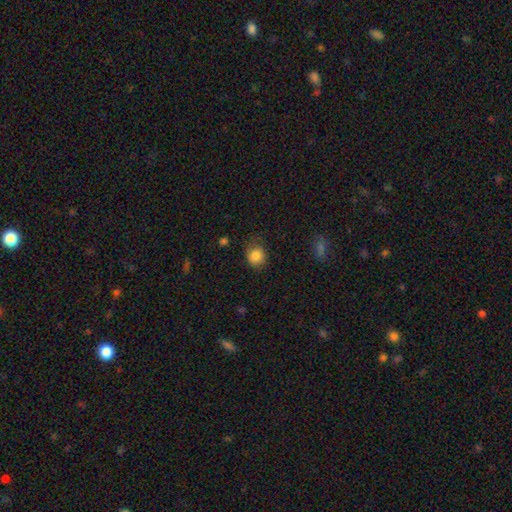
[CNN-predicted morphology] type=smooth (84%); roundness=round (79%); merging=none (73%).